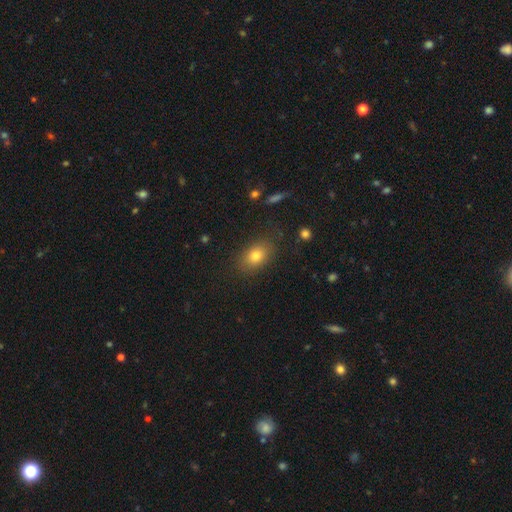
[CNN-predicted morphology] Smooth or featured? smooth (78%)
How rounded? in between (78%)
Merging? none (82%)